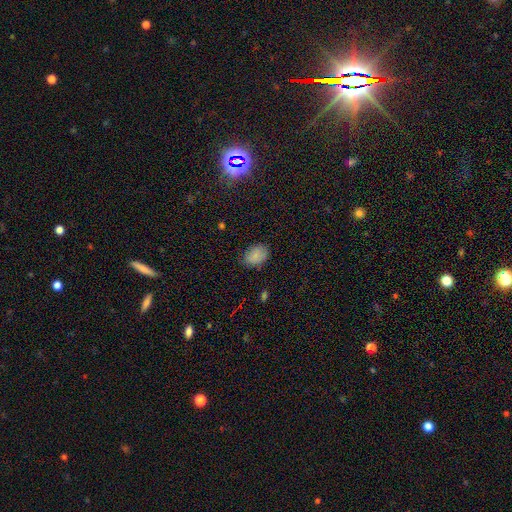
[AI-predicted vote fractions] Q: Smooth or featured?
A: smooth (84%); runner-up: star or artifact (10%)
Q: How rounded?
A: in between (75%); runner-up: round (24%)
Q: Merging?
A: none (77%); runner-up: minor disturbance (18%)